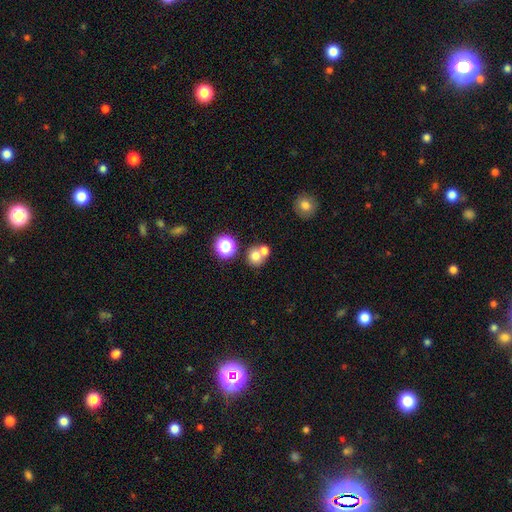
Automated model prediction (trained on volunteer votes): Morphology: type=smooth (72%); roundness=round (81%); merging=merger (46%).